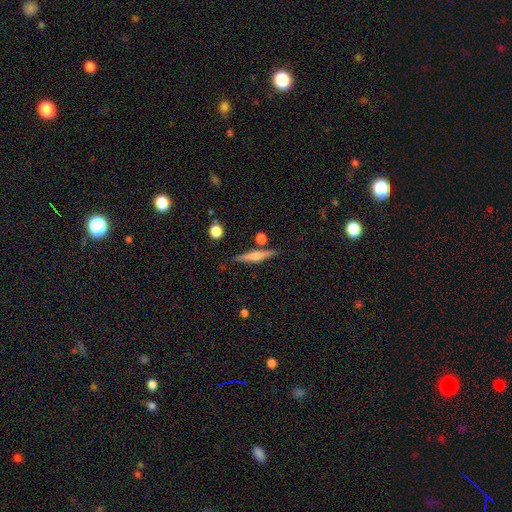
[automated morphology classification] smooth-or-featured: featured or disk: 62% | smooth: 31% | star or artifact: 7%
  disk-edge-on: yes: 97% | no: 3%
    edge-on-bulge: rounded: 81% | boxy: 11% | none: 8%
  merging: none: 84% | minor disturbance: 9% | merger: 5% | major disturbance: 2%